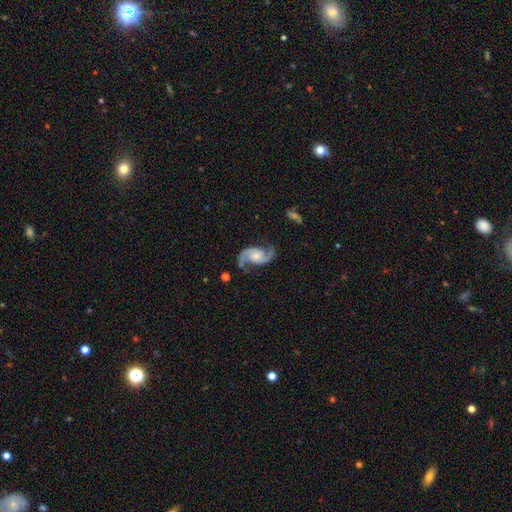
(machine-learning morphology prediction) This is clearly a featured or disk galaxy (91%). It is clearly not viewed edge-on (98%). Bar: likely no (63%). Spiral arm pattern: clearly yes (98%). Spiral arm count: clearly 2 (94%). Spiral winding: possibly medium (45%). Central bulge: marginally moderate (43%). Merging: likely none (75%).